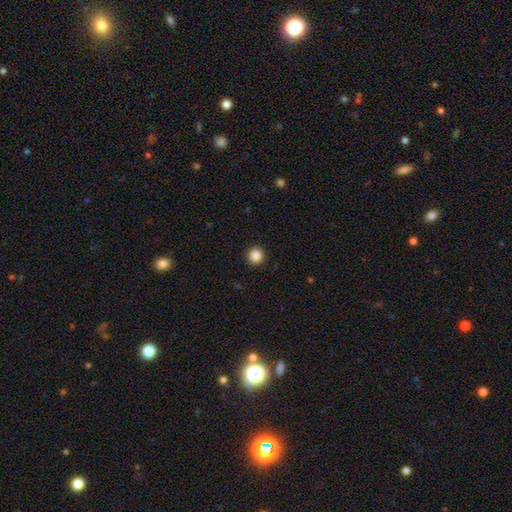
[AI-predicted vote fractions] This is clearly a smooth galaxy (87%). How rounded: clearly round (95%). Merging: clearly none (93%).